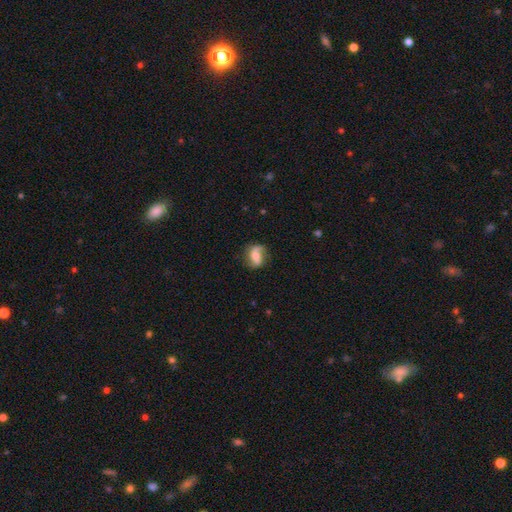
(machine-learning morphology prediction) The model was most divided on "bar": no: 39%, weak: 38%, strong: 23%. Remaining: edge-on disk — no (95%); spiral arms — yes (87%); merging — none (67%); smooth or featured — featured or disk (54%); bulge size — moderate (44%).